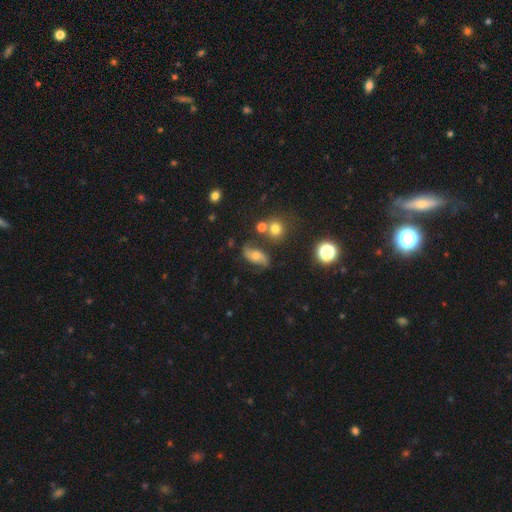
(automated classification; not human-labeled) featured or disk 61%, smooth 27%, star or artifact 12%. Down the decision tree: edge-on disk — no (93%); bar — no (63%); spiral arms — yes (89%); spiral arm count — 2 (91%); spiral winding — loose (70%); bulge size — moderate (58%); merging — none (68%).